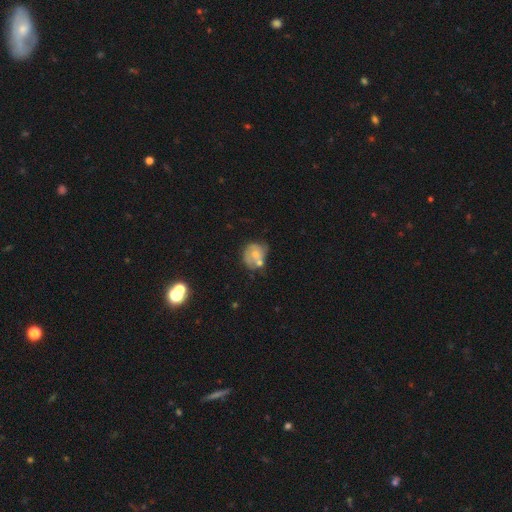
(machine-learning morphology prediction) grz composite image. It shows a featured or disk galaxy (51%). Merging: none (37%).